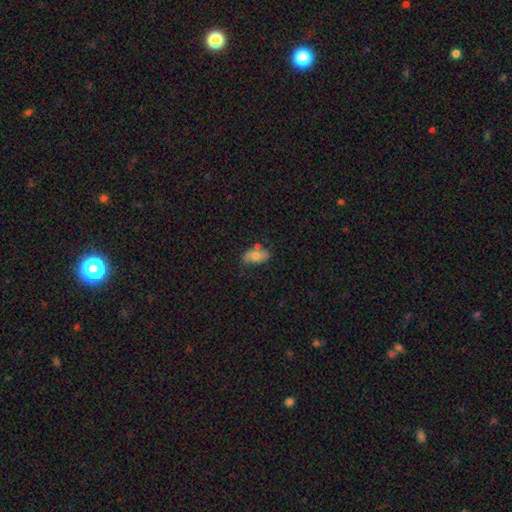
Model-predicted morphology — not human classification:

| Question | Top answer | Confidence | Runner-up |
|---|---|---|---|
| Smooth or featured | smooth | 67% | featured or disk (25%) |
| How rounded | in between | 90% | round (6%) |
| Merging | none | 62% | minor disturbance (22%) |